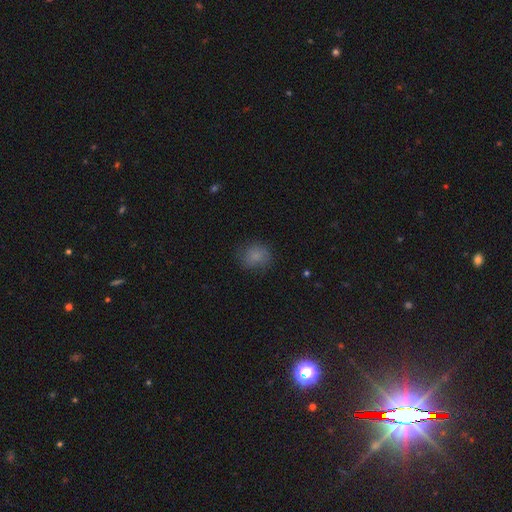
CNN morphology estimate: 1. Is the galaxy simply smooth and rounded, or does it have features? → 79% smooth, 12% star or artifact, 9% featured or disk.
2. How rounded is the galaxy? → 73% round, 26% in between, 1% cigar-shaped.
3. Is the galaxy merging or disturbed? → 73% none, 20% minor disturbance, 7% major disturbance, 1% merger.